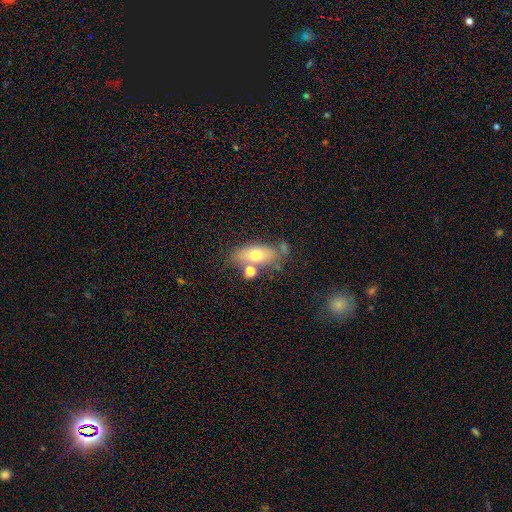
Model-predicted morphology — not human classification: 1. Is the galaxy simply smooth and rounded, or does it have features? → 65% smooth, 26% featured or disk, 9% star or artifact.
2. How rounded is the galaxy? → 81% in between, 11% cigar-shaped, 8% round.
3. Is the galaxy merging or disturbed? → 56% none, 21% merger, 16% minor disturbance, 7% major disturbance.